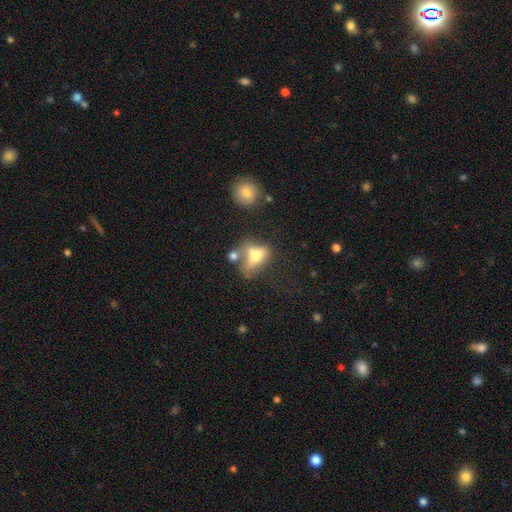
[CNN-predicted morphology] smooth_or_featured: smooth (p=0.59) [alt: featured or disk p=0.30]
how_rounded: in between (p=0.74) [alt: round p=0.20]
merging: merger (p=0.37) [alt: none p=0.27]